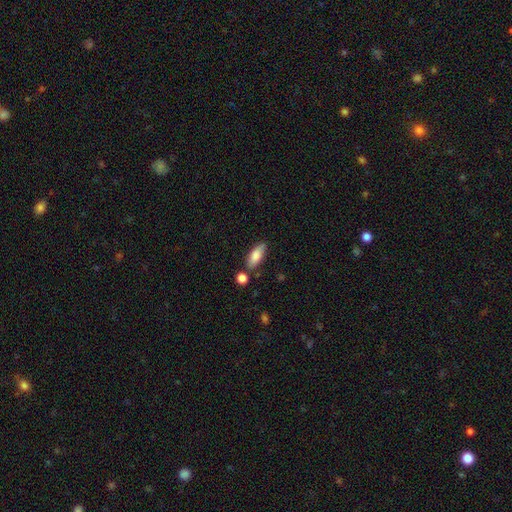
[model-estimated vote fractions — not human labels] Q: Smooth or featured?
A: smooth (83%); runner-up: featured or disk (11%)
Q: How rounded?
A: in between (77%); runner-up: cigar-shaped (20%)
Q: Merging?
A: none (71%); runner-up: minor disturbance (17%)